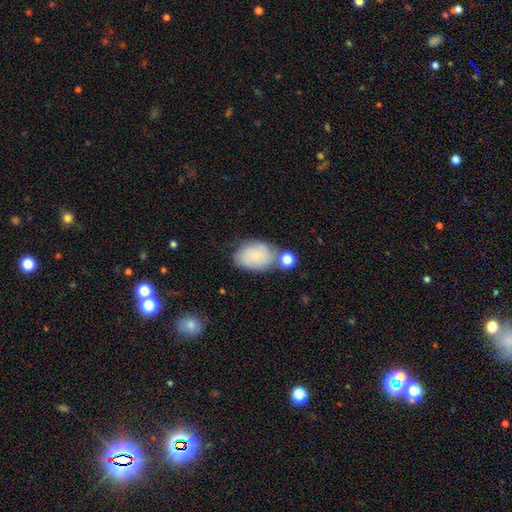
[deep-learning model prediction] Morphology: type=smooth (62%); roundness=in between (80%); merging=none (52%).